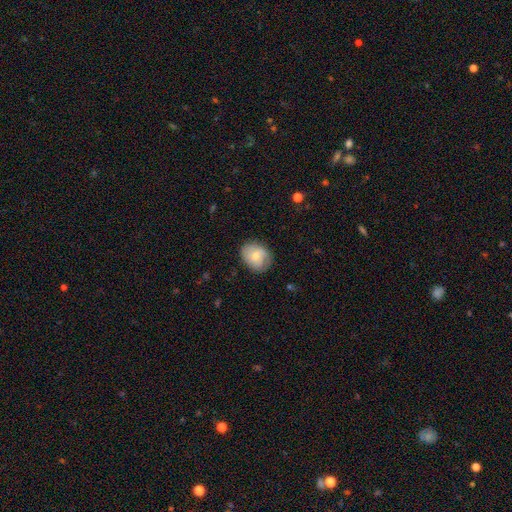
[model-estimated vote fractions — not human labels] Smooth or featured: smooth — 53% (featured or disk — 40%)
How rounded: round — 51% (in between — 48%)
Merging: none — 77% (minor disturbance — 17%)